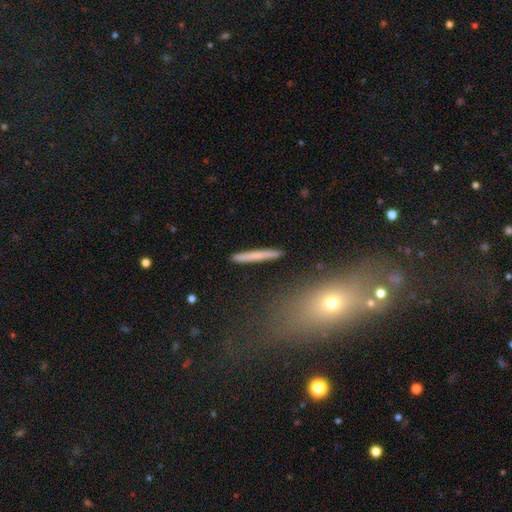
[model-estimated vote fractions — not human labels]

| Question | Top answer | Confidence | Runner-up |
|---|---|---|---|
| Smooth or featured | smooth | 63% | featured or disk (29%) |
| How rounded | cigar-shaped | 95% | in between (3%) |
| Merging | none | 87% | minor disturbance (8%) |